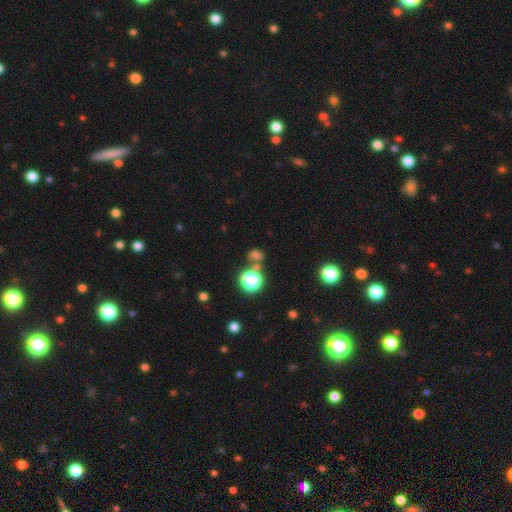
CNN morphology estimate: A star or artifact, not a galaxy (53%).

Vote fractions:
- Smooth or featured? star or artifact: 53% / smooth: 37% / featured or disk: 9%